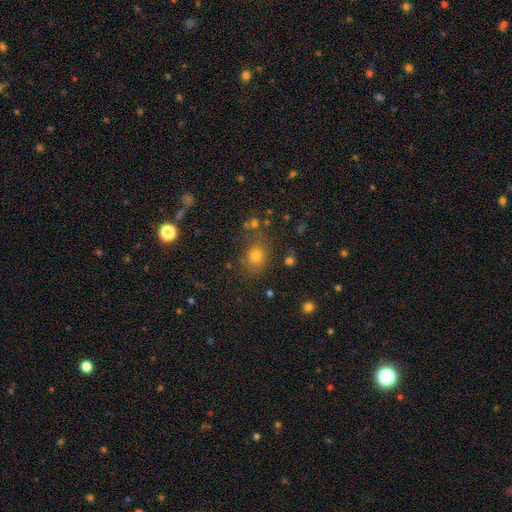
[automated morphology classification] This appears to be a smooth galaxy with no disk features (71%) that is round (65%). Merging: none (77%).